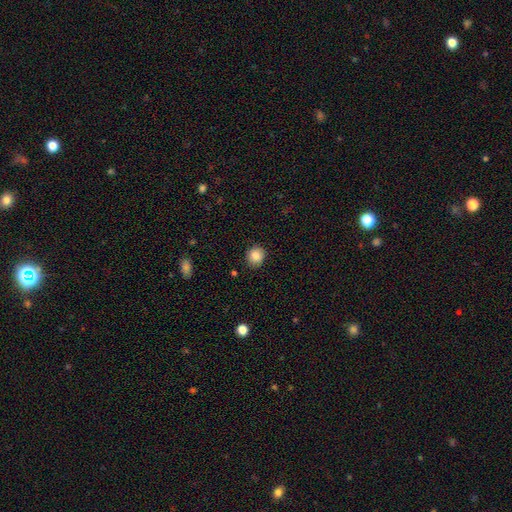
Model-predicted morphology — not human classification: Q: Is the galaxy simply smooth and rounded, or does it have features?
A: smooth — 86%.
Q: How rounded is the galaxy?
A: round — 80%.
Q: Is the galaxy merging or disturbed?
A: none — 88%.